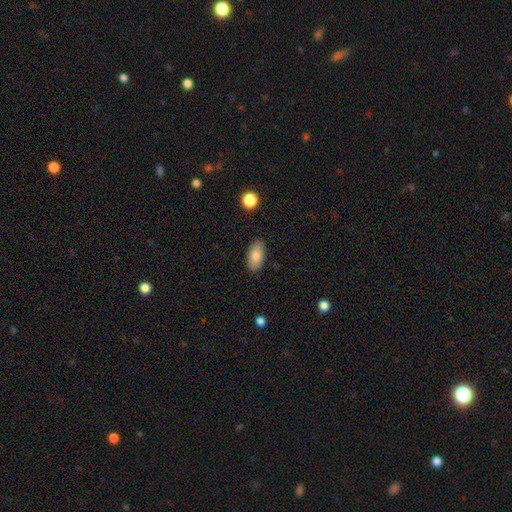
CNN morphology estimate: type=smooth (84%); roundness=in between (94%); merging=none (87%).